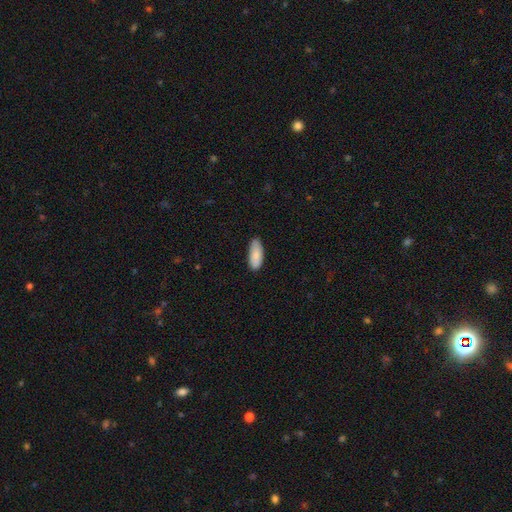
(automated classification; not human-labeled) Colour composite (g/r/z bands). It shows a smooth galaxy with no disk features (87%) that is in between round and cigar-shaped (78%). Merging: none (81%).